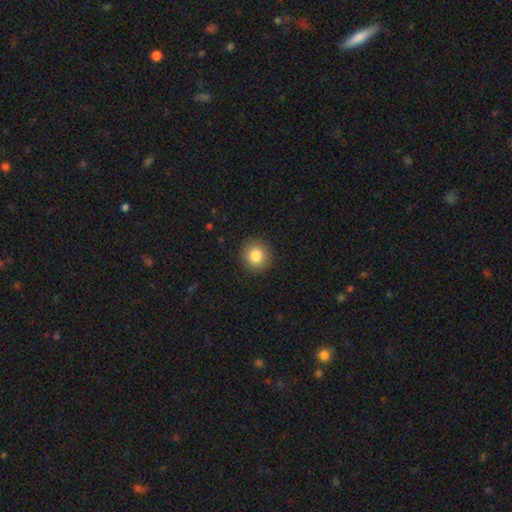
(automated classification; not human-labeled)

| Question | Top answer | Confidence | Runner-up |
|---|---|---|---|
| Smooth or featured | smooth | 84% | star or artifact (9%) |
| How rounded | round | 91% | in between (8%) |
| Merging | none | 91% | minor disturbance (6%) |